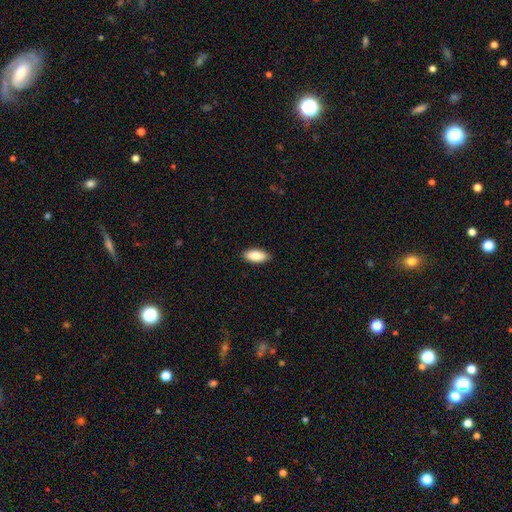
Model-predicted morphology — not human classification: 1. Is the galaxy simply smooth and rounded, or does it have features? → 86% smooth, 8% featured or disk, 6% star or artifact.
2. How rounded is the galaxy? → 89% in between, 10% cigar-shaped, 2% round.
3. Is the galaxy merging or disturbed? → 89% none, 8% minor disturbance, 2% major disturbance, 1% merger.